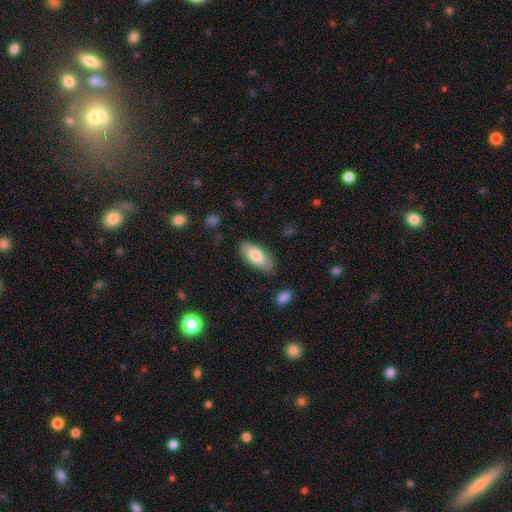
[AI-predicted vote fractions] smooth_or_featured: smooth (p=0.78) [alt: featured or disk p=0.17]
how_rounded: in between (p=0.85) [alt: cigar-shaped p=0.13]
merging: none (p=0.82) [alt: minor disturbance p=0.13]